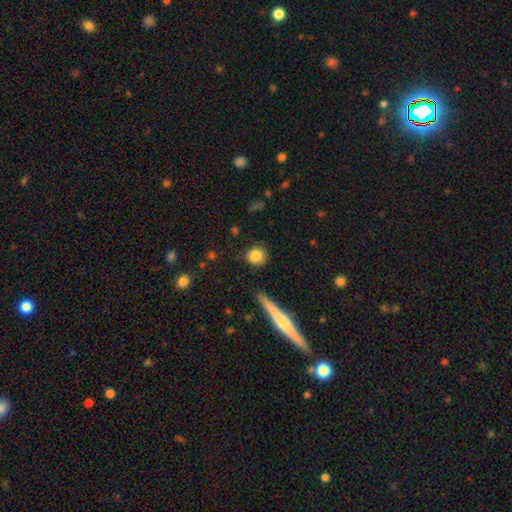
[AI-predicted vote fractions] Overall: smooth (86%). How rounded: round (88%). Merging: none (86%).